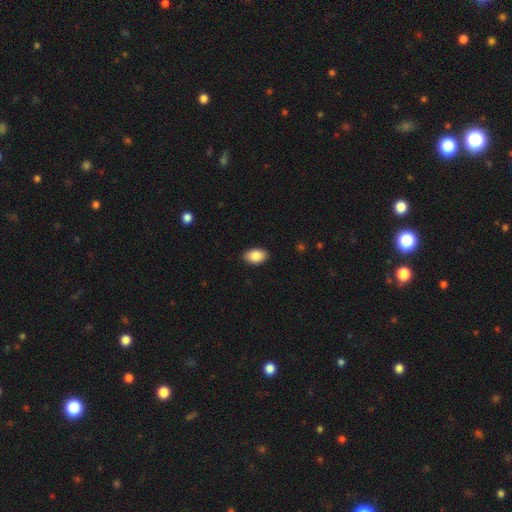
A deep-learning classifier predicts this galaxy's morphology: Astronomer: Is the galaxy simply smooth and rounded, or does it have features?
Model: smooth — 88%.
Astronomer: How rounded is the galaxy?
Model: in between — 91%.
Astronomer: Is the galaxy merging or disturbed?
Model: none — 89%.